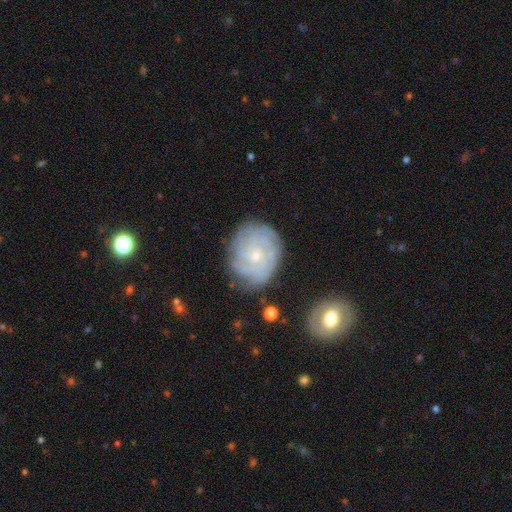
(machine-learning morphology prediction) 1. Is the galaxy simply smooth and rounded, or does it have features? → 77% featured or disk, 15% smooth, 8% star or artifact.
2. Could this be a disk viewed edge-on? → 97% no, 3% yes.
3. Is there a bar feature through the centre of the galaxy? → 78% no, 19% weak, 3% strong.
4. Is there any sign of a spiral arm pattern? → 94% yes, 6% no.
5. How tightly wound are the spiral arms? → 77% tight, 18% medium, 5% loose.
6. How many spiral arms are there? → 40% can't tell, 20% 4, 14% 3, 11% more than 4, 9% 2, 6% 1.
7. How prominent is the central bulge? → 73% small, 23% moderate, 2% none, 1% large, 1% dominant.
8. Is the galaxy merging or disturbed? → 76% none, 16% minor disturbance, 5% major disturbance, 2% merger.